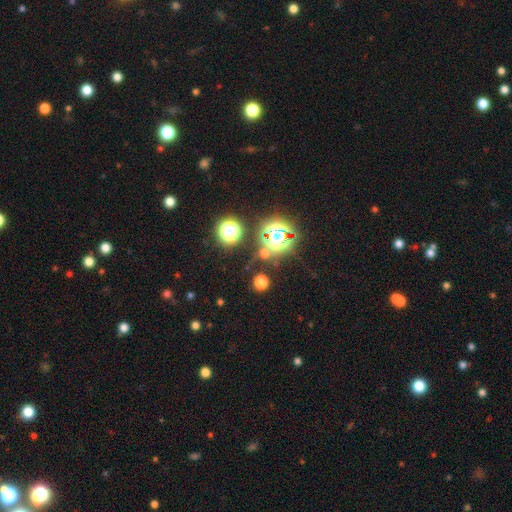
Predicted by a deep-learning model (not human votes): Q: Smooth or featured?
A: star or artifact (77%); runner-up: smooth (16%)